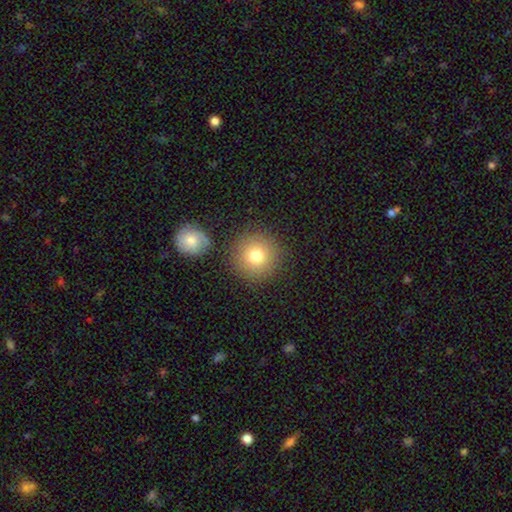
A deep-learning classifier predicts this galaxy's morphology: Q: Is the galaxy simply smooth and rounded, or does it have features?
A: smooth — 77%.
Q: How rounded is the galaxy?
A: round — 94%.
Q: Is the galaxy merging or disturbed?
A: none — 84%.